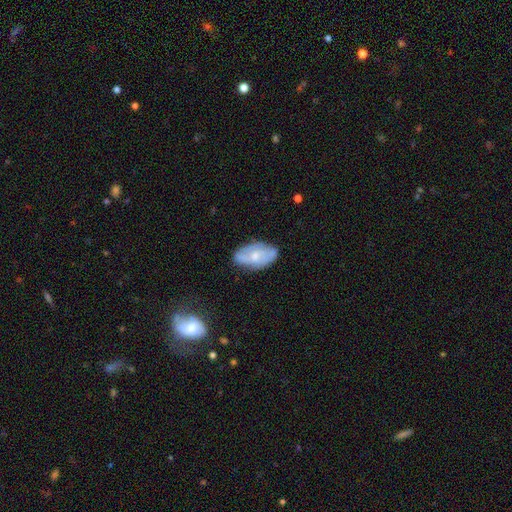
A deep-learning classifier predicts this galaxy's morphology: type=featured or disk (53%); edge-on=no (93%); merging=none (67%).